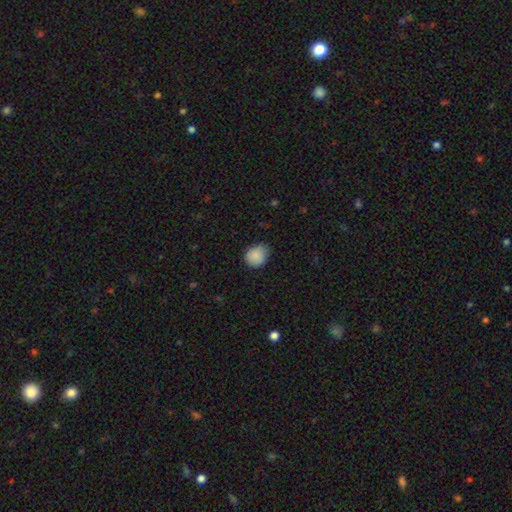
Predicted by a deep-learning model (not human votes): Overall: smooth (88%). How rounded: round (69%; in between 30%). Merging: none (70%).